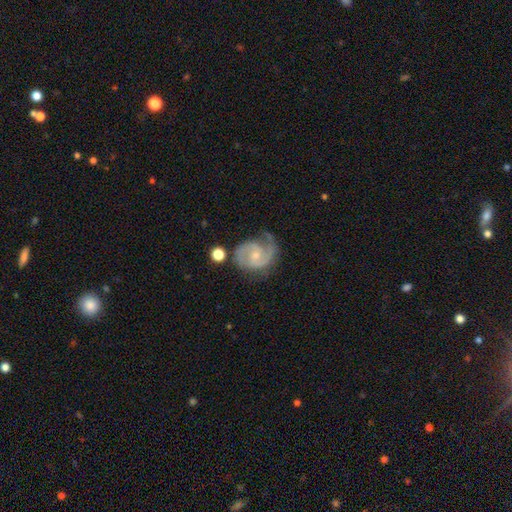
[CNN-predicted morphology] A featured or disk galaxy (88%) with no bar (57%), 2 (83%) medium (49%) spiral arms (97%) and a small central bulge (59%). Merging: none (65%).